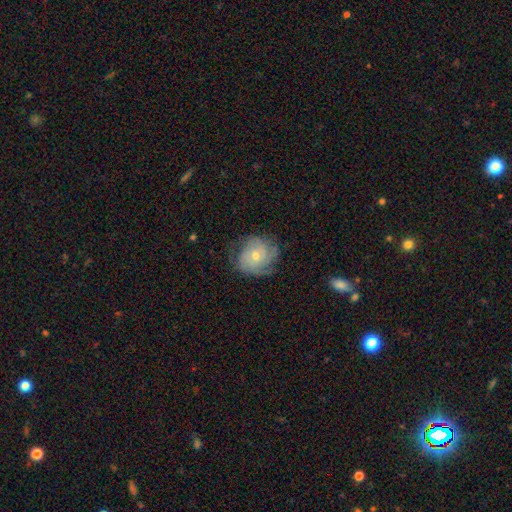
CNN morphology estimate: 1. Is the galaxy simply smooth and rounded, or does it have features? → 67% featured or disk, 24% smooth, 9% star or artifact.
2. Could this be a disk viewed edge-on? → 97% no, 3% yes.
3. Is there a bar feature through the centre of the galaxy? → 81% no, 16% weak, 3% strong.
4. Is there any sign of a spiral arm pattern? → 88% yes, 12% no.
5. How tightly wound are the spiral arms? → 64% tight, 27% medium, 9% loose.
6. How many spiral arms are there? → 42% can't tell, 20% 3, 15% 2, 12% 4, 6% more than 4, 6% 1.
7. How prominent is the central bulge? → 51% small, 46% moderate, 2% large, 1% none, 1% dominant.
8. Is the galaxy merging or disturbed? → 71% none, 20% minor disturbance, 8% major disturbance, 1% merger.